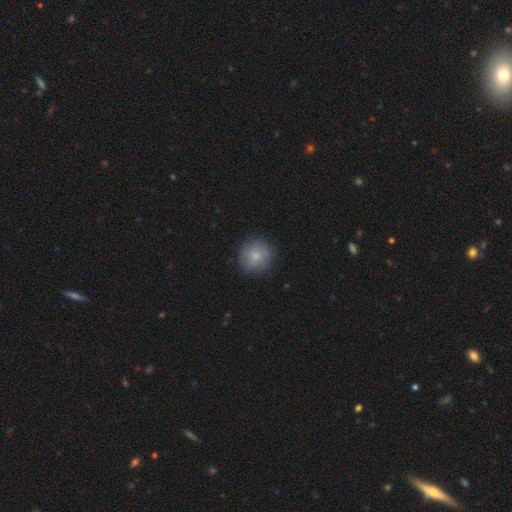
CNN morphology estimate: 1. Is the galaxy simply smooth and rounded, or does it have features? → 81% smooth, 11% featured or disk, 8% star or artifact.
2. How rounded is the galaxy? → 90% round, 9% in between, 1% cigar-shaped.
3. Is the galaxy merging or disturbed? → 84% none, 11% minor disturbance, 3% major disturbance, 1% merger.